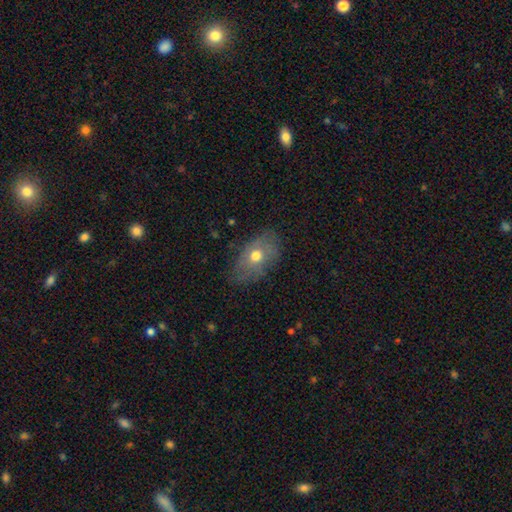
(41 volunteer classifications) Q: Smooth or featured?
A: smooth (61%); runner-up: featured or disk (37%)
Q: How rounded?
A: in between (80%); runner-up: round (20%)
Q: Merging?
A: none (72%); runner-up: minor disturbance (18%)